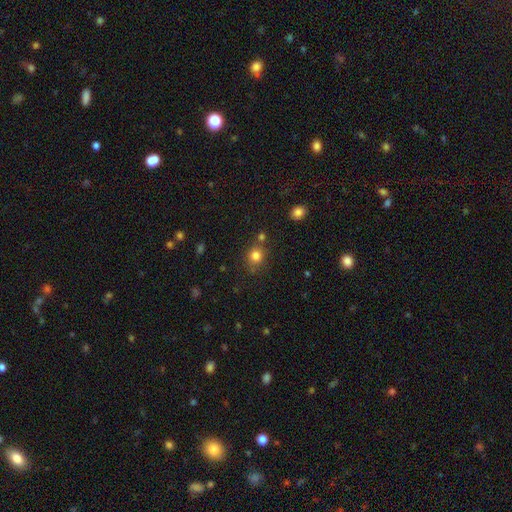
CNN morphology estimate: smooth_or_featured: smooth (p=0.81) [alt: star or artifact p=0.13]
how_rounded: round (p=0.82) [alt: in between p=0.17]
merging: none (p=0.74) [alt: minor disturbance p=0.11]